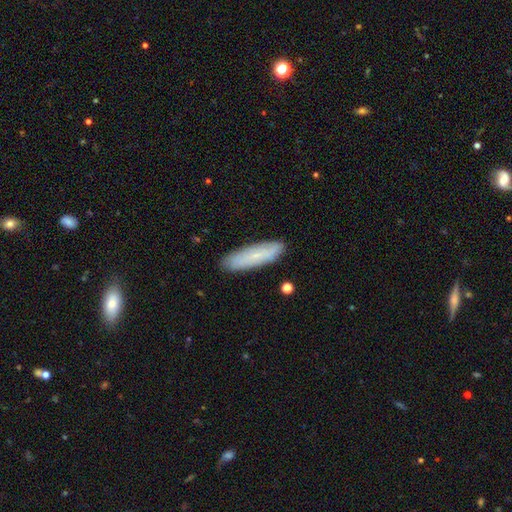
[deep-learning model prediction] Smooth or featured? Predicted: smooth (p=0.60). How rounded? Predicted: cigar-shaped (p=0.65). Merging? Predicted: none (p=0.86).